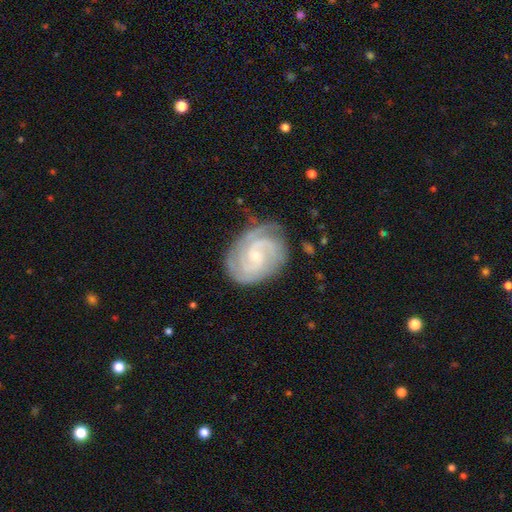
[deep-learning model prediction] smooth-or-featured: featured or disk: 89% | smooth: 6% | star or artifact: 5%
  disk-edge-on: no: 98% | yes: 2%
    bar: no: 56% | weak: 37% | strong: 7%
    has-spiral-arms: yes: 98% | no: 2%
      spiral-winding: tight: 63% | medium: 32% | loose: 5%
      spiral-arm-count: 2: 47% | 3: 25% | can't tell: 14% | 4: 6% | 1: 4% | more than 4: 4%
    bulge-size: small: 71% | moderate: 26% | none: 2% | large: 1% | dominant: 1%
  merging: none: 74% | minor disturbance: 19% | major disturbance: 6% | merger: 1%